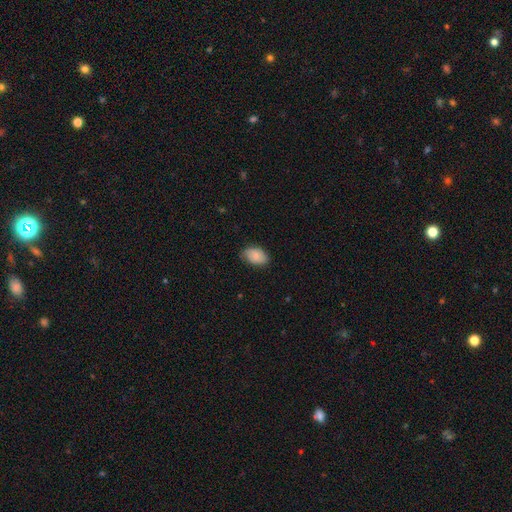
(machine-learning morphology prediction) A smooth galaxy with no disk features (79%) that is in between round and cigar-shaped (90%).

Vote fractions:
- Smooth or featured? smooth: 79% / featured or disk: 14% / star or artifact: 7%
- How rounded? in between: 90% / round: 9% / cigar-shaped: 1%
- Merging? none: 77% / minor disturbance: 19% / major disturbance: 3% / merger: 1%